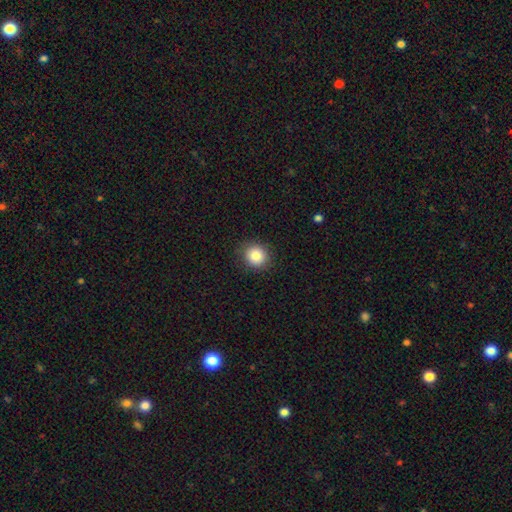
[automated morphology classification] Overall: smooth (84%). How rounded: round (83%). Merging: none (88%).